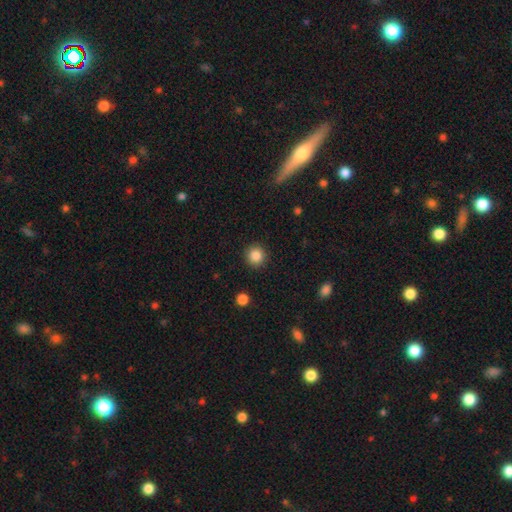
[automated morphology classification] smooth-or-featured: smooth: 86% | star or artifact: 10% | featured or disk: 4%
  how-rounded: round: 93% | in between: 6% | cigar-shaped: 1%
  merging: none: 91% | minor disturbance: 5% | major disturbance: 2% | merger: 1%